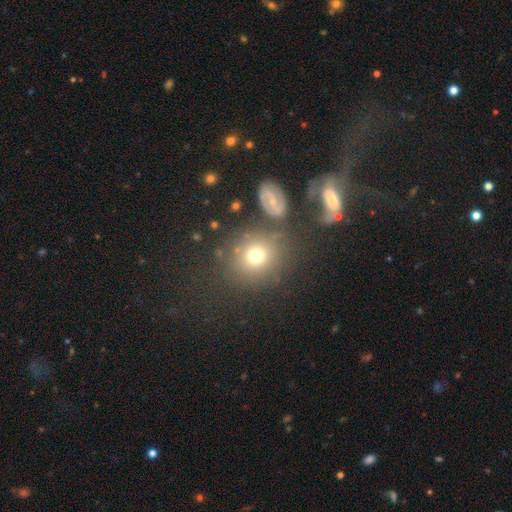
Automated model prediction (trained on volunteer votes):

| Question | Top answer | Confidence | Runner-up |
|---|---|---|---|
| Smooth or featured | smooth | 73% | star or artifact (14%) |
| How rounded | round | 81% | in between (18%) |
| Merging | none | 75% | minor disturbance (11%) |